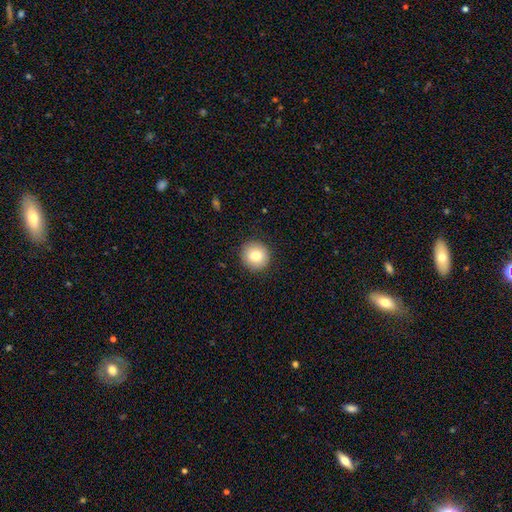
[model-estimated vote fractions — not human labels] This is clearly a smooth galaxy (80%). How rounded: clearly round (94%). Merging: clearly none (91%).